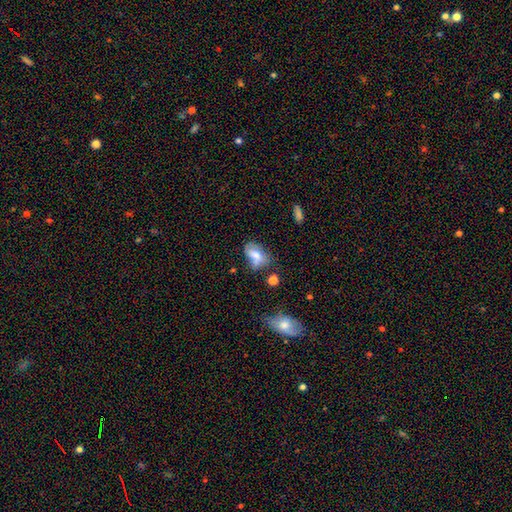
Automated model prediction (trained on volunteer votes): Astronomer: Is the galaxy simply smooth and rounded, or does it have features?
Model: smooth — 64%.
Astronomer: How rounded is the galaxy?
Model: in between — 87%.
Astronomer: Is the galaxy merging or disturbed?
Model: none — 34% (runner-up: minor disturbance, 31%).